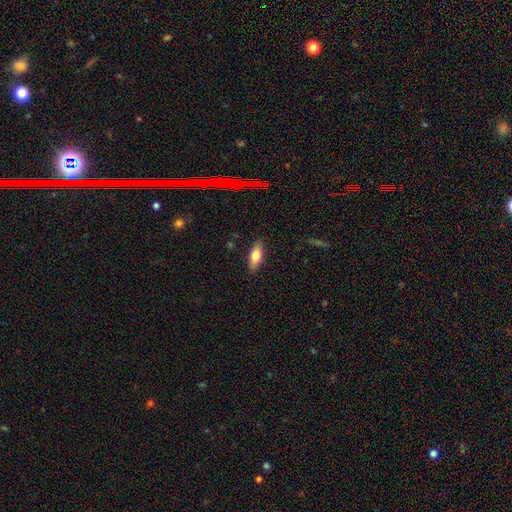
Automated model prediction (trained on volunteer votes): Morphology: type=smooth (71%); roundness=in between (75%); merging=none (87%).